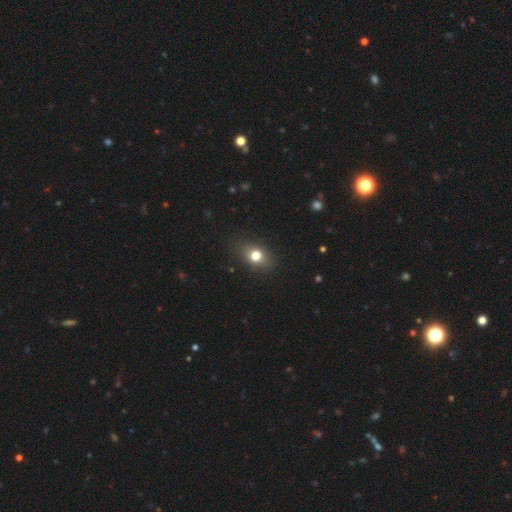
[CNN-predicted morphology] smooth 73%, star or artifact 14%, featured or disk 13%. Down the decision tree: how rounded — in between (55%); merging — none (84%).